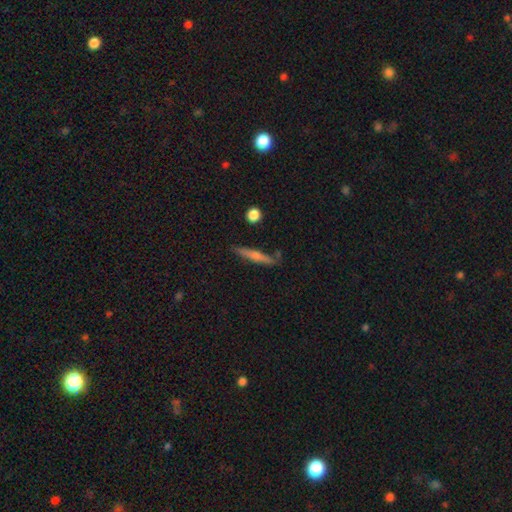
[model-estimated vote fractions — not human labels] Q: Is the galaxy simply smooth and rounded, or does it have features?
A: smooth — 50%.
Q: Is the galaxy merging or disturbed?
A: none — 81%.